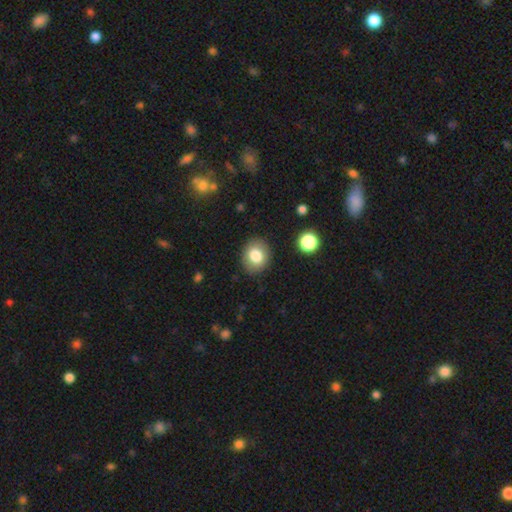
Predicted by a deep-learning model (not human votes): Smooth or featured? Predicted: smooth (p=0.81). How rounded? Predicted: round (p=0.60). Merging? Predicted: none (p=0.86).